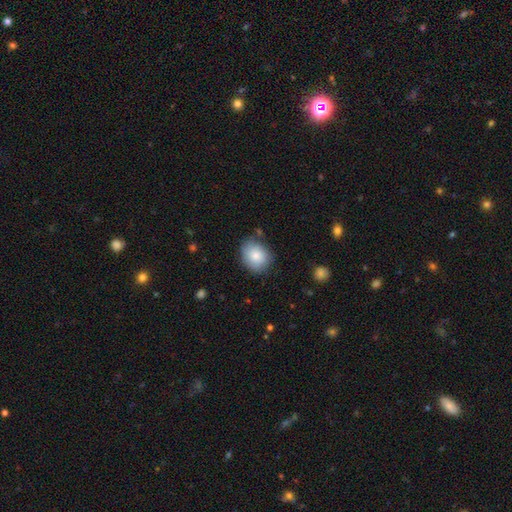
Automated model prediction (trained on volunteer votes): Smooth or featured: smooth — 83% (featured or disk — 10%)
How rounded: round — 55% (in between — 44%)
Merging: none — 78% (minor disturbance — 16%)